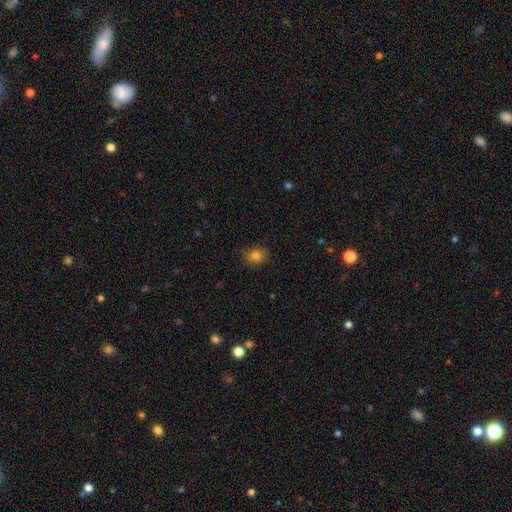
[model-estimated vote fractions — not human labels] smooth_or_featured: smooth (p=0.82) [alt: star or artifact p=0.13]
how_rounded: round (p=0.66) [alt: in between p=0.33]
merging: none (p=0.82) [alt: minor disturbance p=0.14]